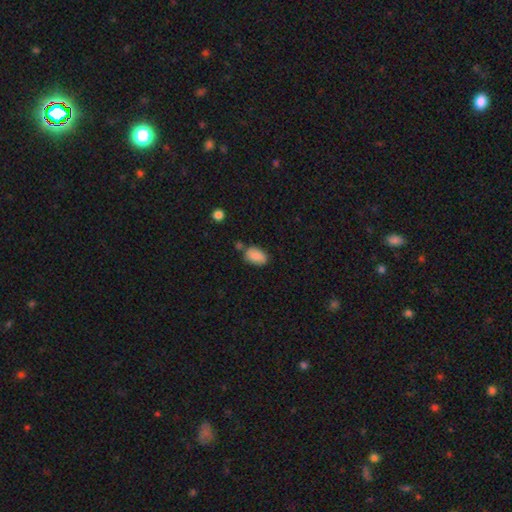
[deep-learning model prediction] Smooth or featured? Predicted: smooth (p=0.87). How rounded? Predicted: in between (p=0.89). Merging? Predicted: none (p=0.69).